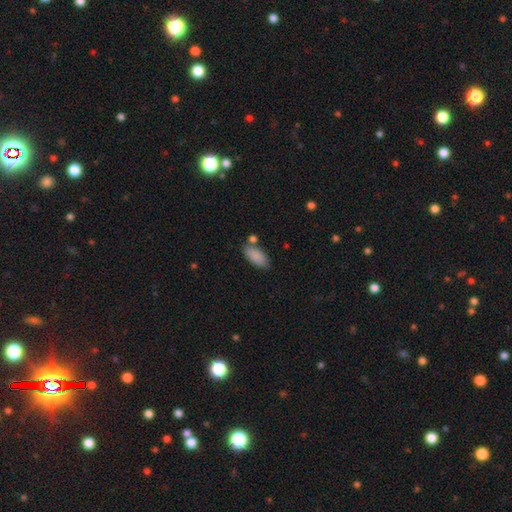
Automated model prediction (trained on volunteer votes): This is clearly a smooth galaxy (88%). How rounded: clearly in between (89%). Merging: likely none (69%).